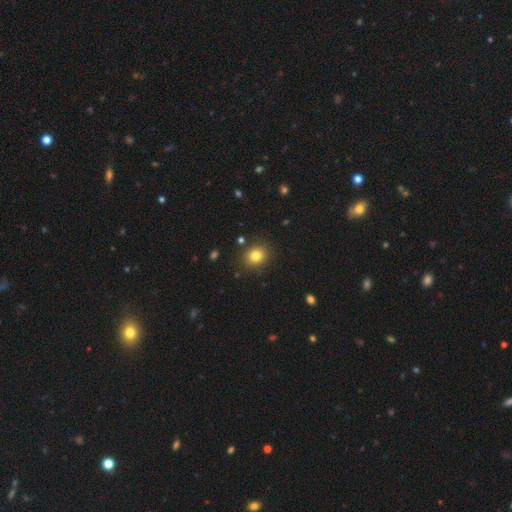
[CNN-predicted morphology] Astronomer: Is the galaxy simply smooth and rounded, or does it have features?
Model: smooth — 81%.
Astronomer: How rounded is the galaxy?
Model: round — 71%.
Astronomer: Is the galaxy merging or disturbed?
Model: none — 87%.